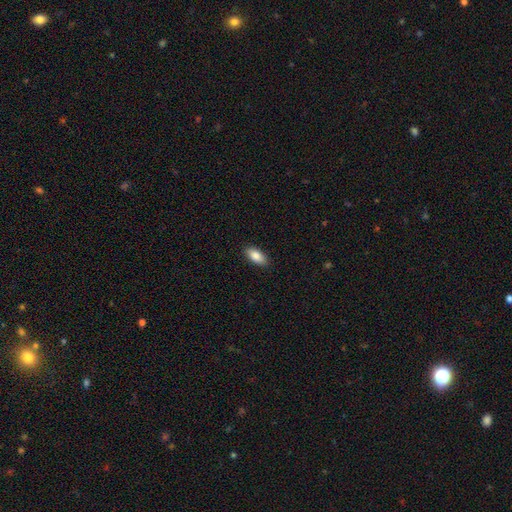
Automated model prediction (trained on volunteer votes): A smooth galaxy with no disk features (86%) that is in between round and cigar-shaped (88%). Merging: none (89%).